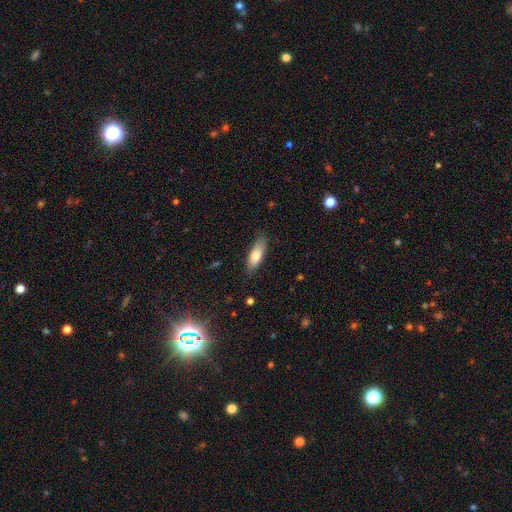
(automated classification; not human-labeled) Q: Smooth or featured?
A: smooth (77%); runner-up: featured or disk (16%)
Q: How rounded?
A: in between (58%); runner-up: cigar-shaped (40%)
Q: Merging?
A: none (81%); runner-up: minor disturbance (15%)